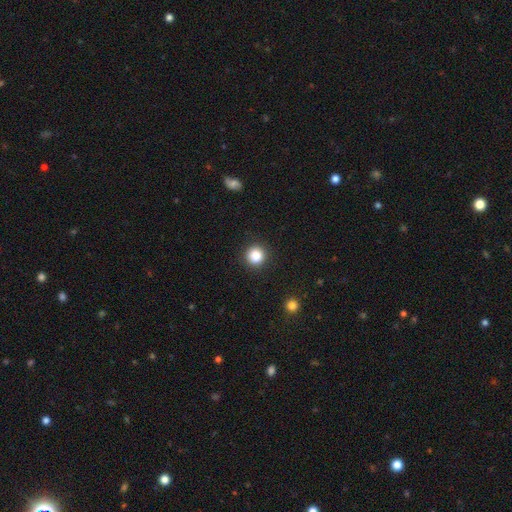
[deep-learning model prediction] The model was most divided on "smooth or featured": smooth: 86%, star or artifact: 11%, featured or disk: 4%. More confident: how rounded — round (93%); merging — none (91%).